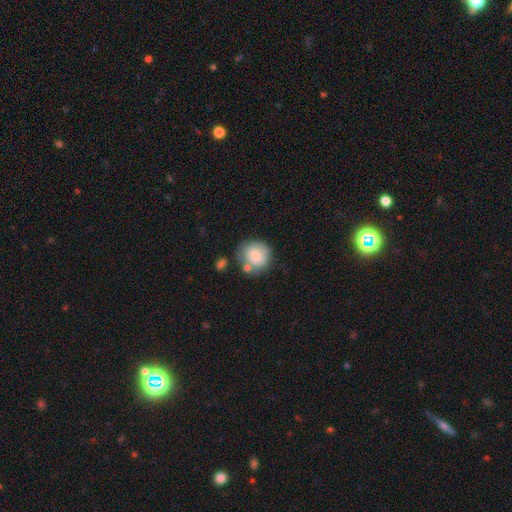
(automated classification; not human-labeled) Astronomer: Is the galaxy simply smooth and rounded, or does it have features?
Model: smooth — 81%.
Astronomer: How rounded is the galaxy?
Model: round — 82%.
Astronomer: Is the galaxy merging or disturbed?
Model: none — 55%.